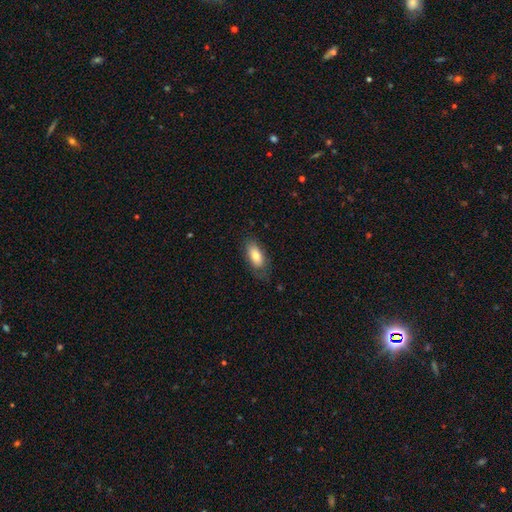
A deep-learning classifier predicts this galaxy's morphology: type=smooth (78%); roundness=in between (85%); merging=none (73%).